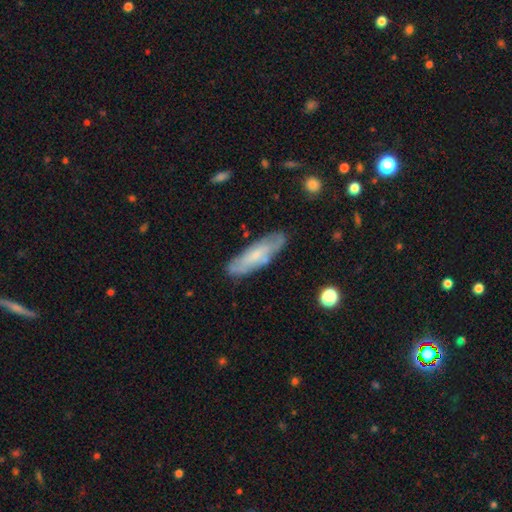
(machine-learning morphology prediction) Q: Smooth or featured?
A: smooth (49%); runner-up: featured or disk (44%)
Q: Merging?
A: none (79%); runner-up: minor disturbance (16%)